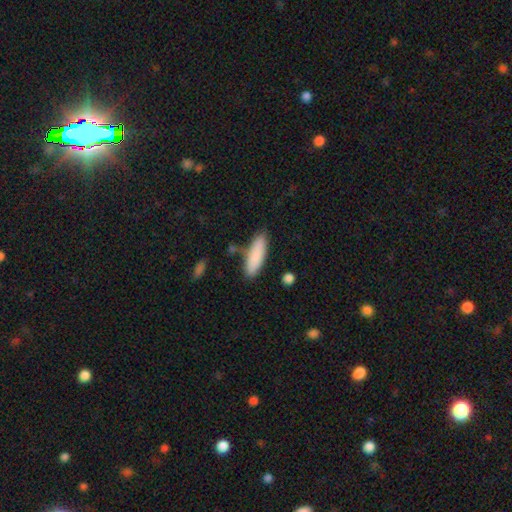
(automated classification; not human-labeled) This is clearly a smooth galaxy (86%). How rounded: possibly cigar-shaped (53%). Merging: likely none (80%).